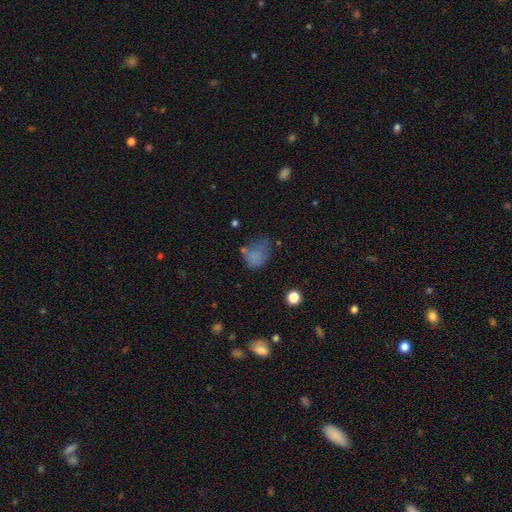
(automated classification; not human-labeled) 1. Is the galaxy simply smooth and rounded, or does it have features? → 71% smooth, 15% star or artifact, 15% featured or disk.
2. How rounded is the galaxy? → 58% in between, 40% round, 1% cigar-shaped.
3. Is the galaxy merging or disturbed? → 37% none, 30% minor disturbance, 25% major disturbance, 8% merger.